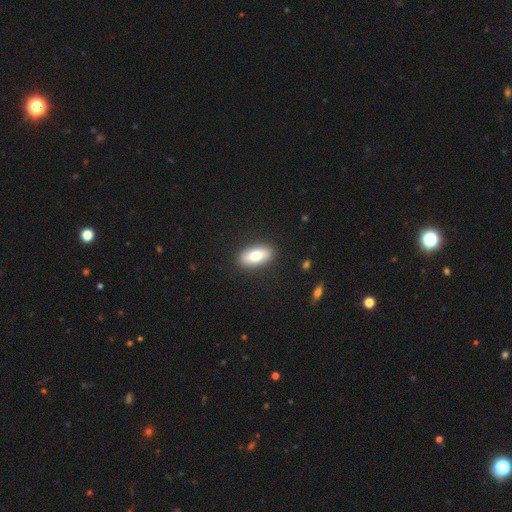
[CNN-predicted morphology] Q: Smooth or featured?
A: smooth (75%); runner-up: featured or disk (19%)
Q: How rounded?
A: in between (88%); runner-up: cigar-shaped (8%)
Q: Merging?
A: none (89%); runner-up: minor disturbance (8%)